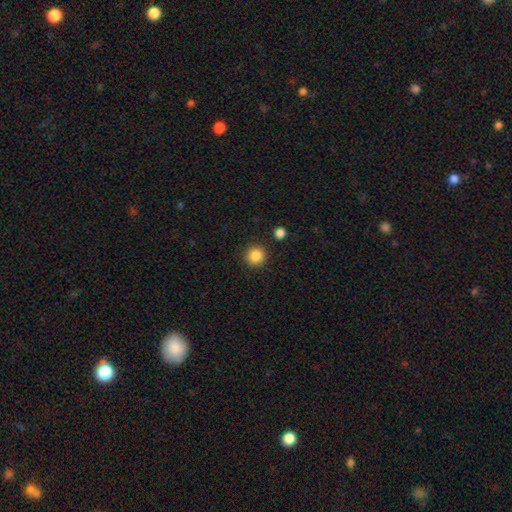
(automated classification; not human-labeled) This is clearly a smooth galaxy (87%). How rounded: clearly round (93%). Merging: clearly none (89%).